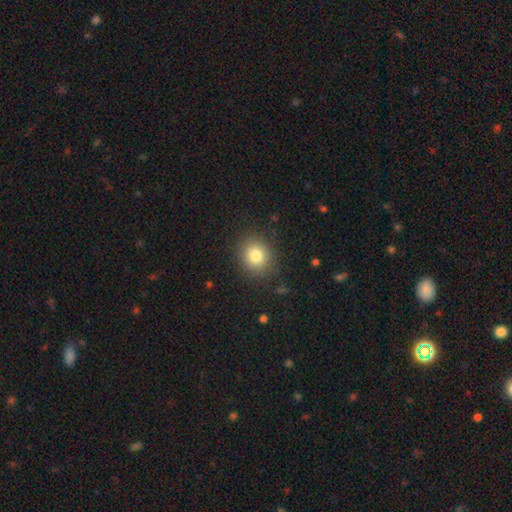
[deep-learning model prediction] smooth 81%, star or artifact 12%, featured or disk 8%. Down the decision tree: how rounded — round (81%); merging — none (87%).